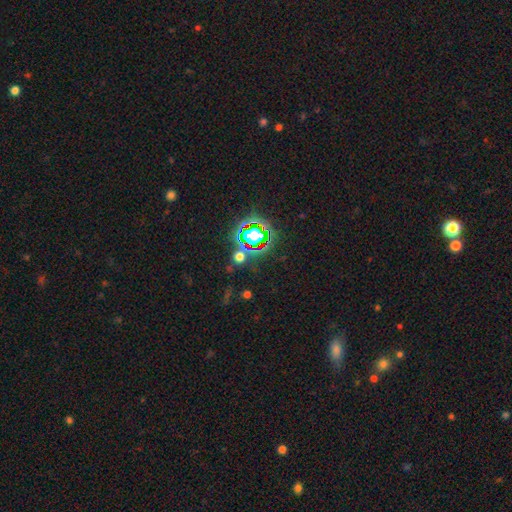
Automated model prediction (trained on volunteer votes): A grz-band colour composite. It shows a star or artifact, not a galaxy (78%).